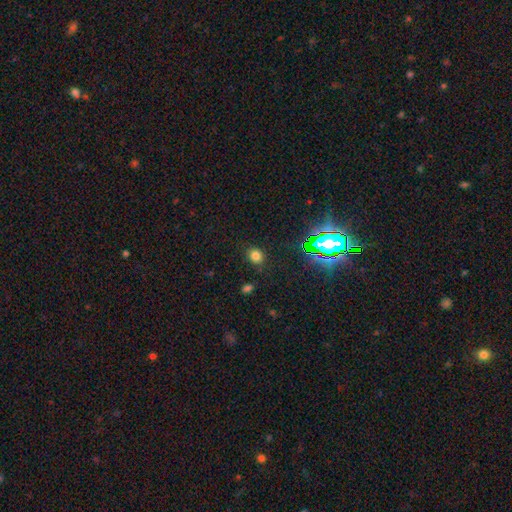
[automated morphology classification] smooth 73%, star or artifact 20%, featured or disk 6%. Down the decision tree: how rounded — round (66%); merging — none (85%).